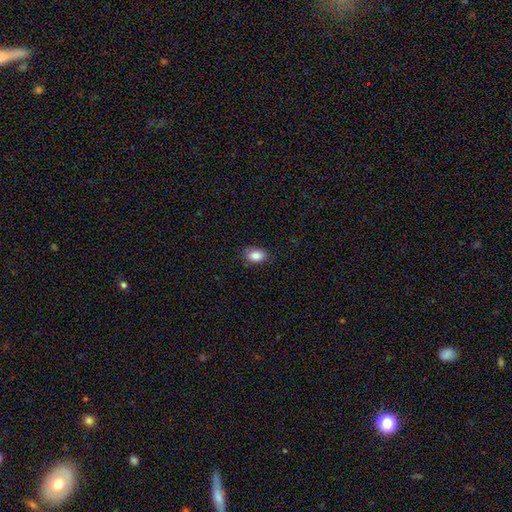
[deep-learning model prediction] smooth_or_featured: smooth (p=0.87) [alt: star or artifact p=0.08]
how_rounded: in between (p=0.86) [alt: round p=0.12]
merging: none (p=0.85) [alt: minor disturbance p=0.11]